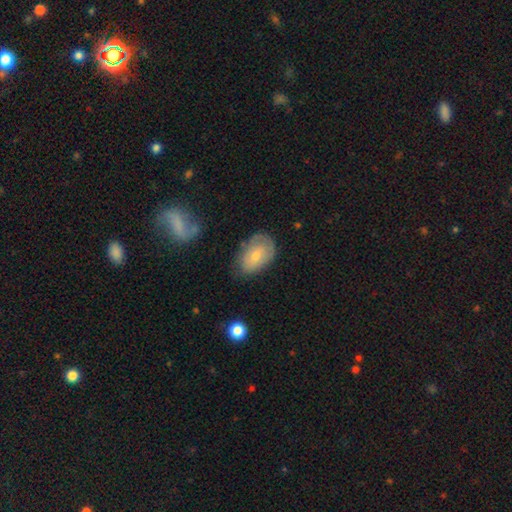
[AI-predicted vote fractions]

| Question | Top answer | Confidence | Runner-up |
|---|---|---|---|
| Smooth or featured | smooth | 56% | featured or disk (37%) |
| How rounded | in between | 87% | round (12%) |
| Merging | none | 61% | minor disturbance (28%) |